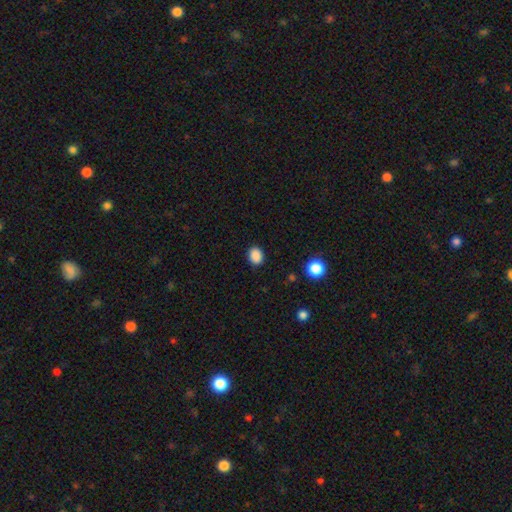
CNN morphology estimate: A smooth galaxy with no disk features (88%) that is in between round and cigar-shaped (53%). Merging: none (88%).